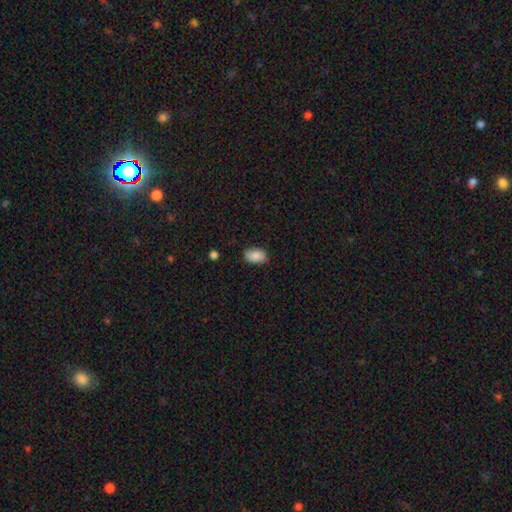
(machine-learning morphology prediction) Q: Smooth or featured?
A: smooth (87%); runner-up: star or artifact (7%)
Q: How rounded?
A: in between (91%); runner-up: round (8%)
Q: Merging?
A: none (84%); runner-up: minor disturbance (13%)